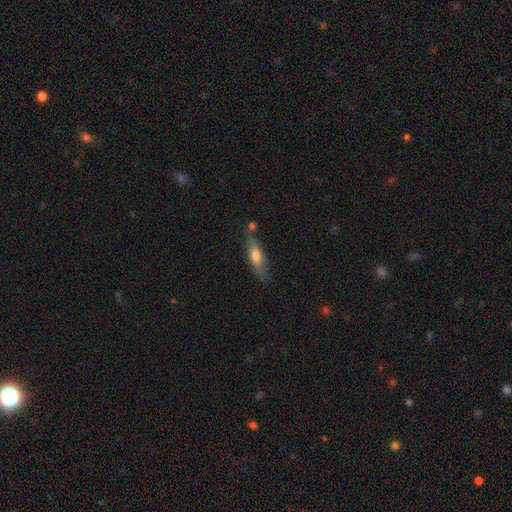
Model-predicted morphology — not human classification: This appears to be a smooth galaxy with no disk features (56%) that is cigar-shaped (57%). Merging: none (67%).